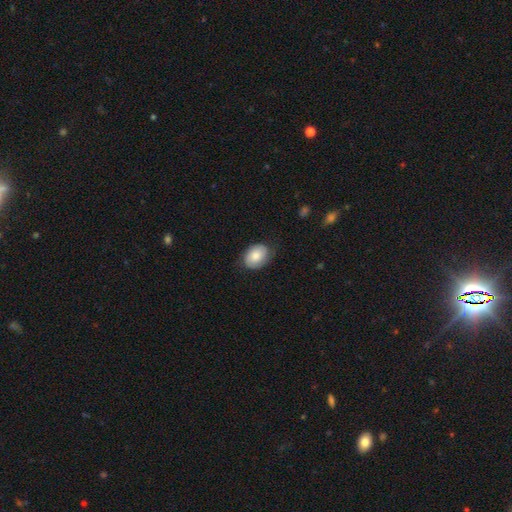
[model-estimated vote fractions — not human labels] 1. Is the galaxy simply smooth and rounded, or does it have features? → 74% smooth, 19% featured or disk, 7% star or artifact.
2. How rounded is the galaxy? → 74% in between, 25% round, 1% cigar-shaped.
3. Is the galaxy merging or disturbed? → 74% none, 20% minor disturbance, 5% major disturbance, 1% merger.